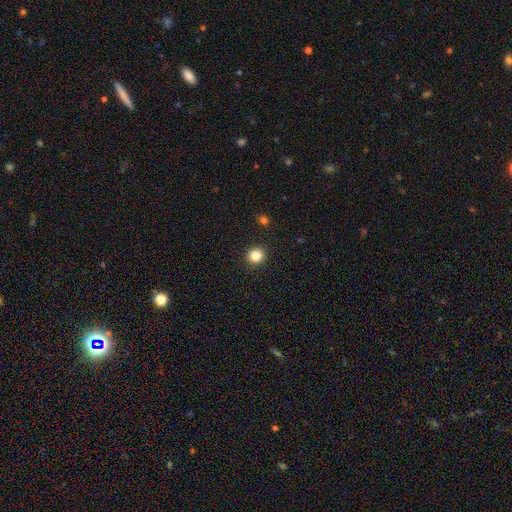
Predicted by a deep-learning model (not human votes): Smooth or featured?
  - smooth: 84% *
  - star or artifact: 11%
  - featured or disk: 5%
How rounded?
  - round: 89% *
  - in between: 10%
  - cigar-shaped: 1%
Merging?
  - none: 92% *
  - minor disturbance: 5%
  - major disturbance: 2%
  - merger: 1%